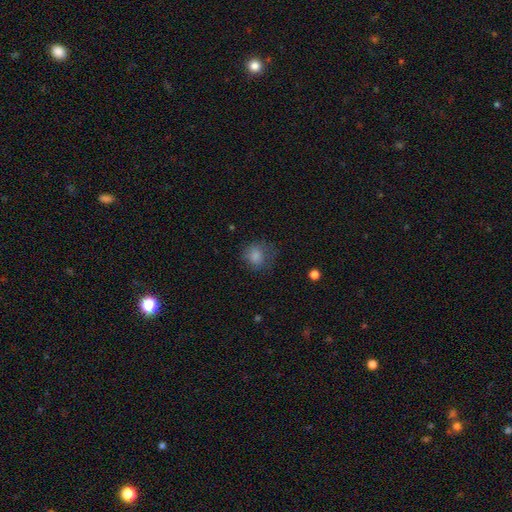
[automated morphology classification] This appears to be a smooth galaxy with no disk features (81%) that is round (76%). Merging: none (60%).